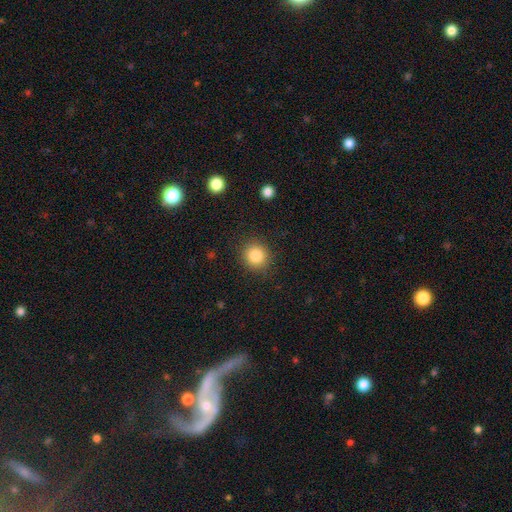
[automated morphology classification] smooth 84%, star or artifact 10%, featured or disk 5%. Down the decision tree: how rounded — round (87%); merging — none (88%).